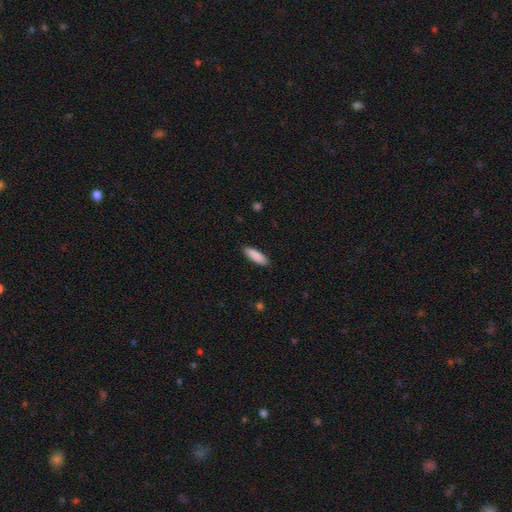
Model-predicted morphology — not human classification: Overall: smooth (89%). How rounded: cigar-shaped (51%; in between 48%). Merging: none (89%).